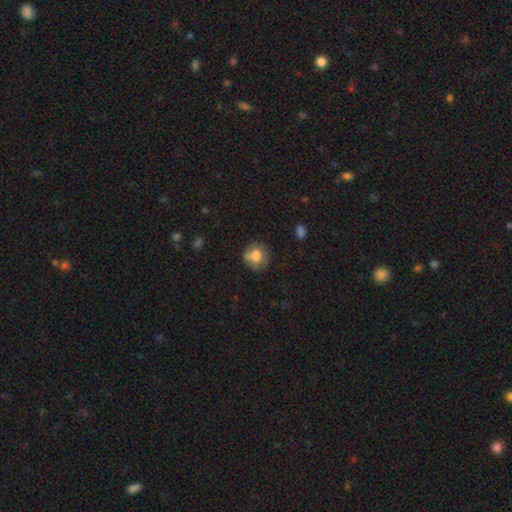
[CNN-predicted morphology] Overall: smooth (70%). How rounded: round (77%). Merging: none (58%; minor disturbance 25%).